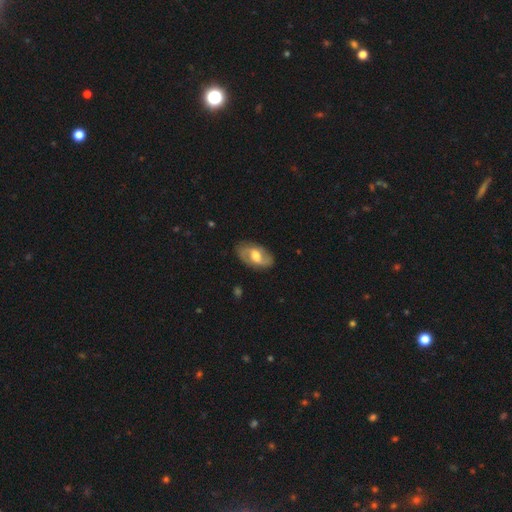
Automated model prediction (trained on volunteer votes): This appears to be a featured or disk galaxy (68%) with a weak bar (49%), 2 (87%) medium (44%) spiral arms (83%) and a moderate central bulge (66%). Merging: none (83%).